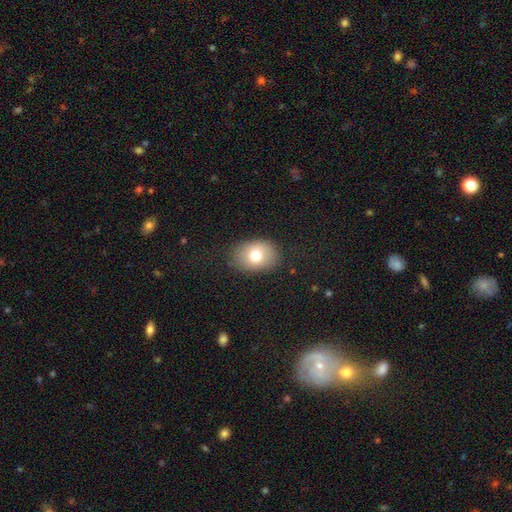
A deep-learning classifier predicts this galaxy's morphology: smooth_or_featured: smooth (p=0.73) [alt: featured or disk p=0.16]
how_rounded: in between (p=0.63) [alt: round p=0.36]
merging: none (p=0.82) [alt: minor disturbance p=0.12]